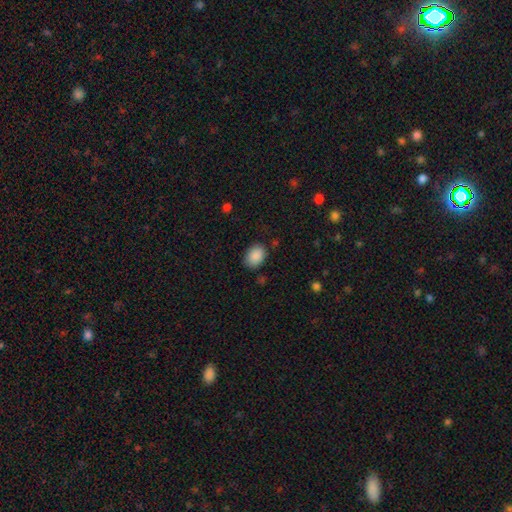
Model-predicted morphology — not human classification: Q: Smooth or featured?
A: smooth (88%); runner-up: star or artifact (8%)
Q: How rounded?
A: in between (70%); runner-up: round (29%)
Q: Merging?
A: none (81%); runner-up: minor disturbance (14%)